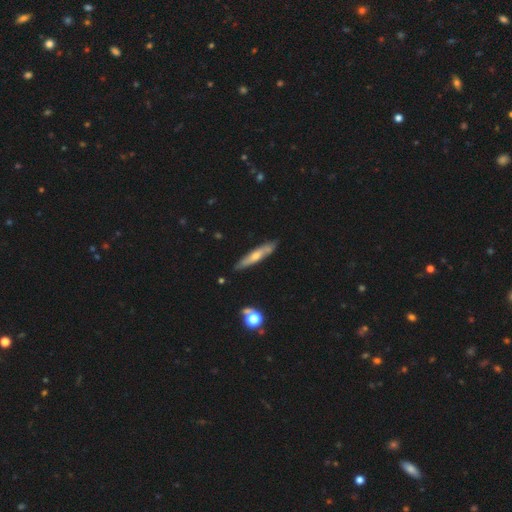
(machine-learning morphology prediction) Overall: featured or disk (55%; smooth 37%). Edge-on disk: yes (83%). Merging: none (86%).